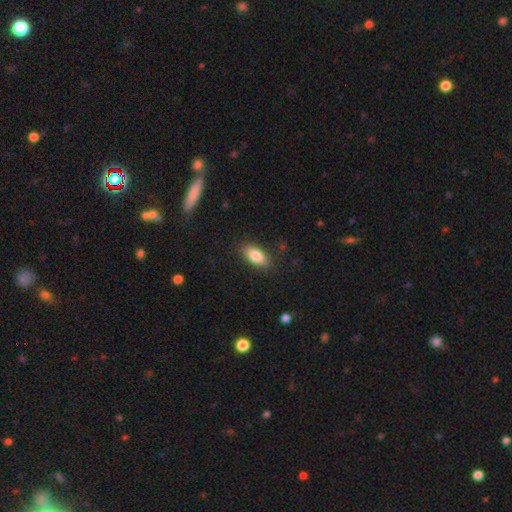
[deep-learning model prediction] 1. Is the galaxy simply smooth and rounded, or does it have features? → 84% smooth, 9% featured or disk, 7% star or artifact.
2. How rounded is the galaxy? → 88% in between, 9% cigar-shaped, 3% round.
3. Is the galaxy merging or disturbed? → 85% none, 11% minor disturbance, 3% major disturbance, 1% merger.